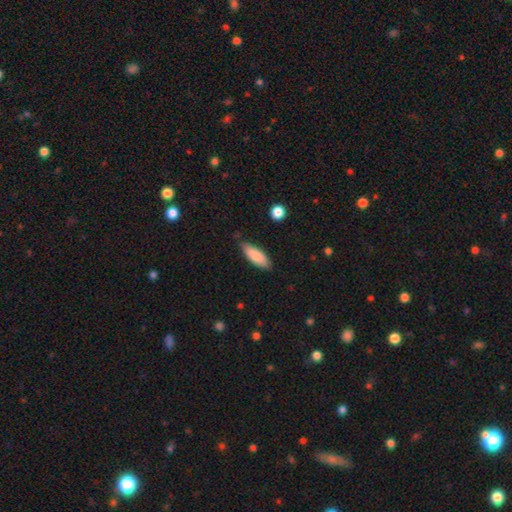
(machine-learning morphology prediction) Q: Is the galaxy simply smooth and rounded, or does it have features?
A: smooth — 85%.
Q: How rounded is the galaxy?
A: in between — 62%.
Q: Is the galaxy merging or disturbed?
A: none — 81%.